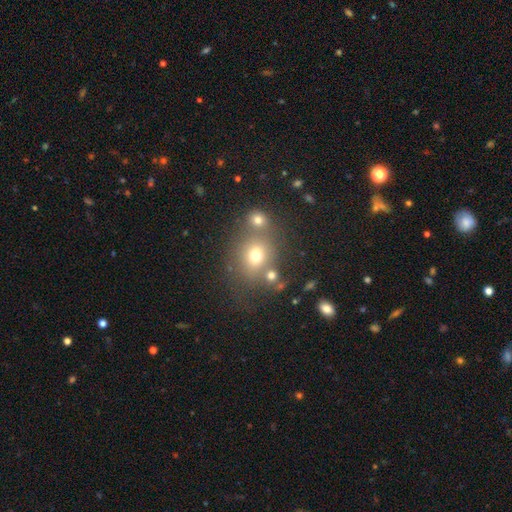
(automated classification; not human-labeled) smooth 69%, star or artifact 17%, featured or disk 13%. Down the decision tree: how rounded — round (73%); merging — none (55%).